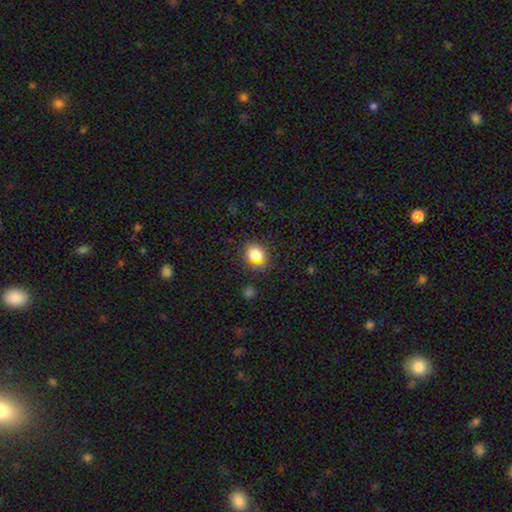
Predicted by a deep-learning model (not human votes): The model was most divided on "how rounded": round: 63%, in between: 35%, cigar-shaped: 2%. More confident: merging — none (81%); smooth or featured — smooth (73%).